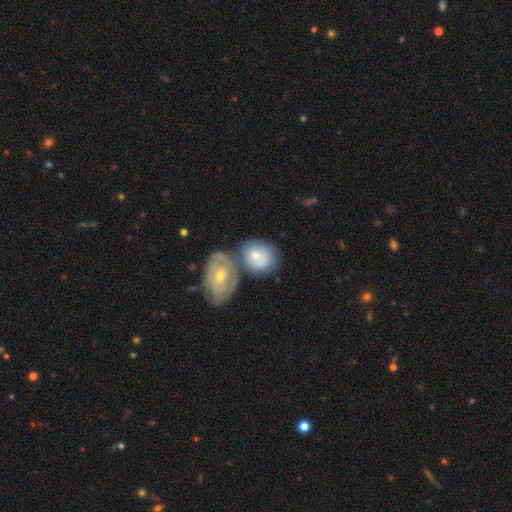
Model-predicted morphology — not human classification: smooth_or_featured: smooth (p=0.52) [alt: featured or disk p=0.41]
how_rounded: round (p=0.55) [alt: in between p=0.43]
merging: none (p=0.42) [alt: merger p=0.39]